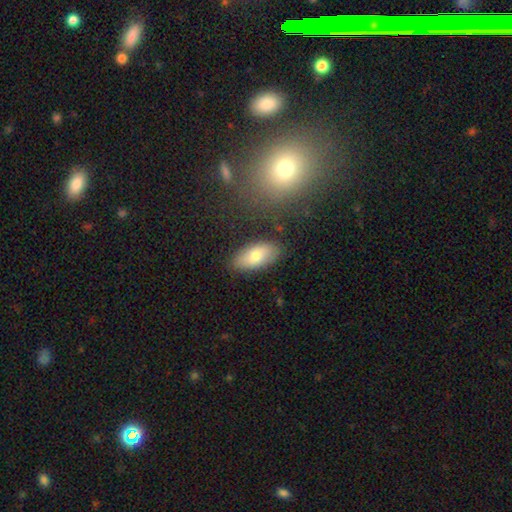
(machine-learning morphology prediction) Overall: smooth (74%). How rounded: in between (92%). Merging: none (83%).